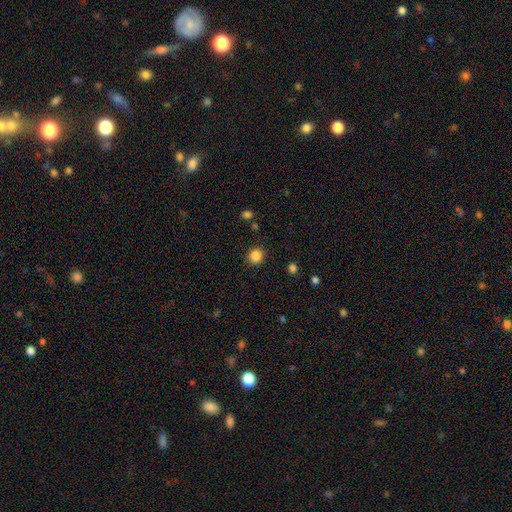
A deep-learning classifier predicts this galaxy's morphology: Smooth or featured? smooth (85%)
How rounded? round (88%)
Merging? none (89%)